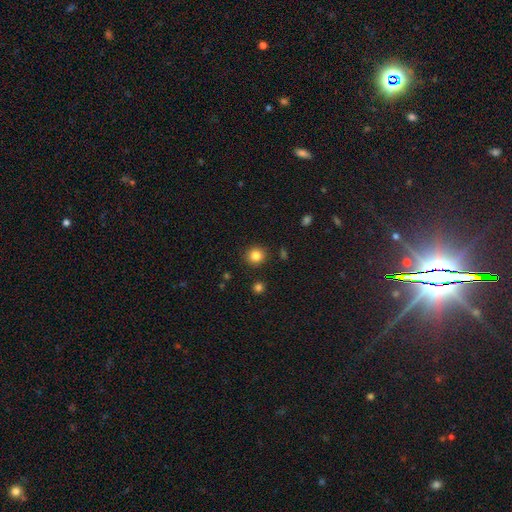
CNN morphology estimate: Smooth or featured?
  - smooth: 84% *
  - star or artifact: 11%
  - featured or disk: 5%
How rounded?
  - round: 90% *
  - in between: 9%
  - cigar-shaped: 1%
Merging?
  - none: 90% *
  - minor disturbance: 6%
  - major disturbance: 2%
  - merger: 2%